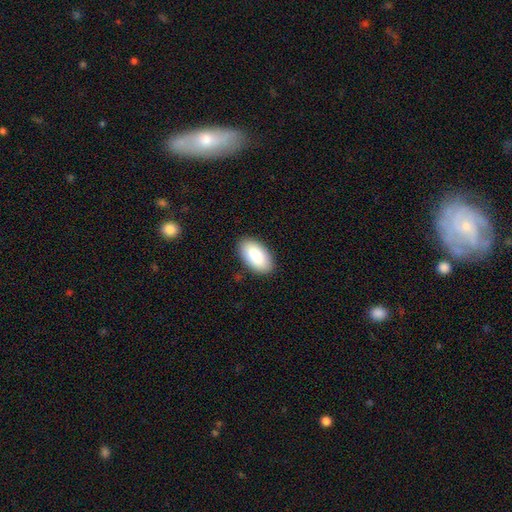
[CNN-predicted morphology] Smooth or featured? Predicted: smooth (p=0.88). How rounded? Predicted: in between (p=0.96). Merging? Predicted: none (p=0.88).